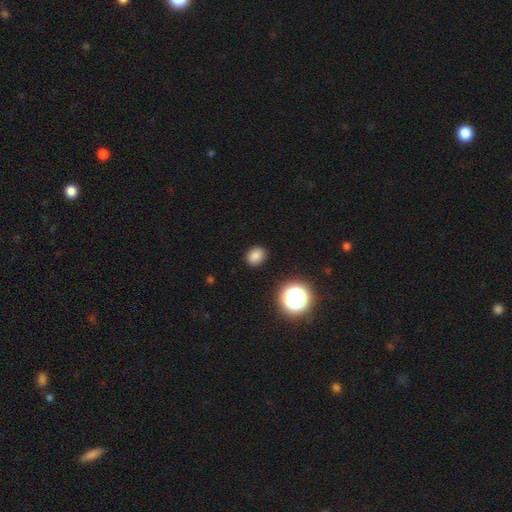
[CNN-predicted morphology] Smooth or featured? Predicted: smooth (p=0.82). How rounded? Predicted: round (p=0.56). Merging? Predicted: none (p=0.88).